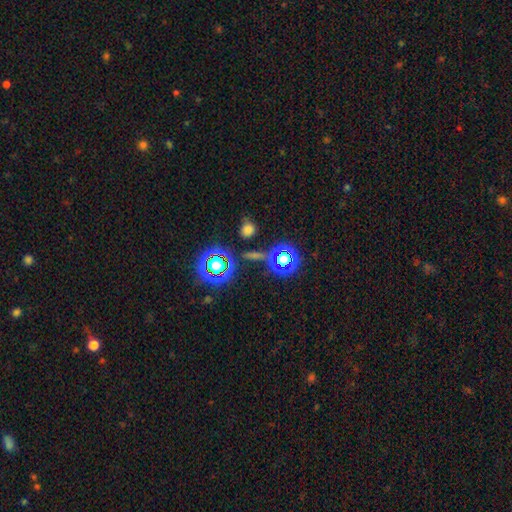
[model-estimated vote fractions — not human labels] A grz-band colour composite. It shows a star or artifact, not a galaxy (67%).